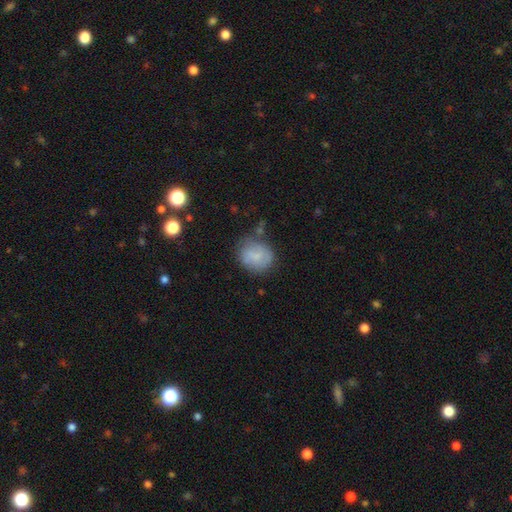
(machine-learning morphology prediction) Smooth or featured? Predicted: smooth (p=0.70). How rounded? Predicted: round (p=0.69). Merging? Predicted: none (p=0.64).